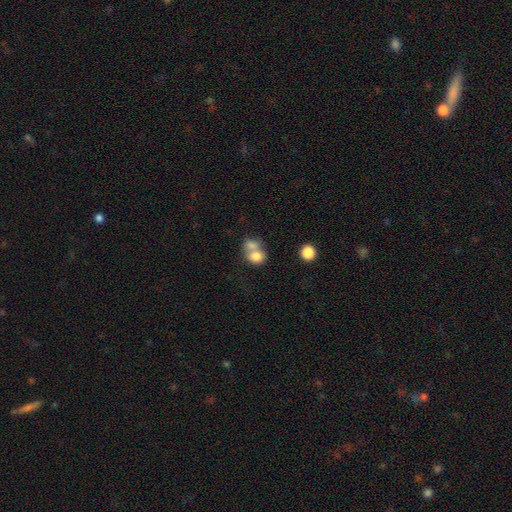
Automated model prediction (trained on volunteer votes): Smooth or featured: smooth — 75% (featured or disk — 16%)
How rounded: in between — 58% (round — 41%)
Merging: merger — 66% (none — 22%)